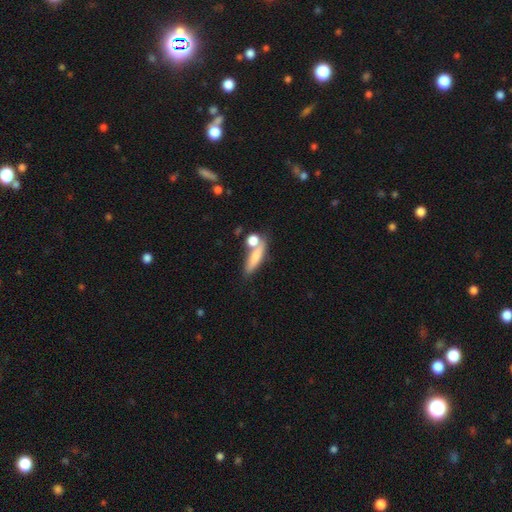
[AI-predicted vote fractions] Overall: smooth (74%). How rounded: cigar-shaped (59%; in between 30%). Merging: none (52%; merger 27%).